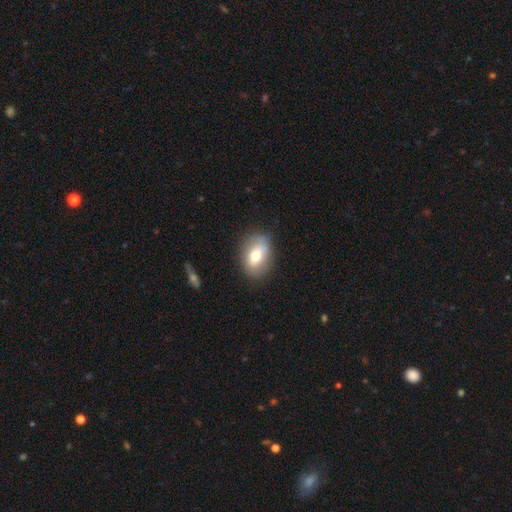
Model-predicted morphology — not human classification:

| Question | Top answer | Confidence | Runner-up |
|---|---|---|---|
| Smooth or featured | smooth | 66% | featured or disk (26%) |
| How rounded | in between | 76% | round (23%) |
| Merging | none | 77% | minor disturbance (16%) |